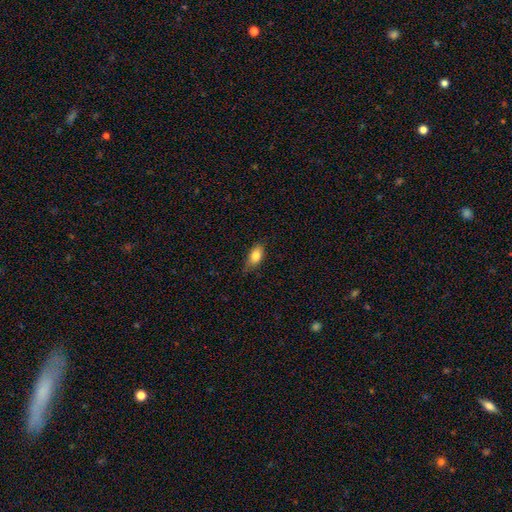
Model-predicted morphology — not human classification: A smooth galaxy with no disk features (82%) that is in between round and cigar-shaped (86%).

Vote fractions:
- Smooth or featured? smooth: 82% / featured or disk: 10% / star or artifact: 8%
- How rounded? in between: 86% / round: 8% / cigar-shaped: 6%
- Merging? none: 67% / minor disturbance: 26% / major disturbance: 5% / merger: 1%